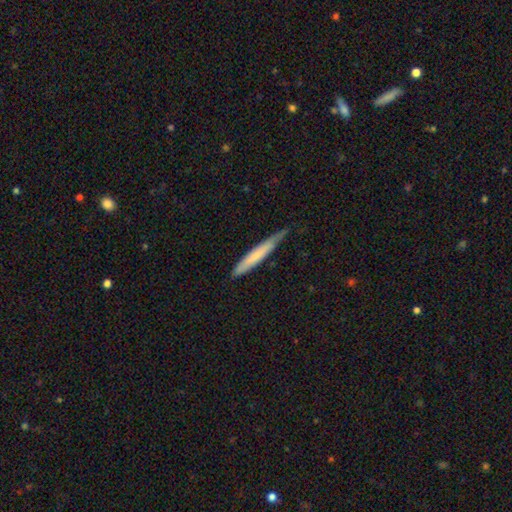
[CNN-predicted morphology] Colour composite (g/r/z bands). It shows a smooth galaxy with no disk features (63%) that is cigar-shaped (95%). Merging: none (71%).